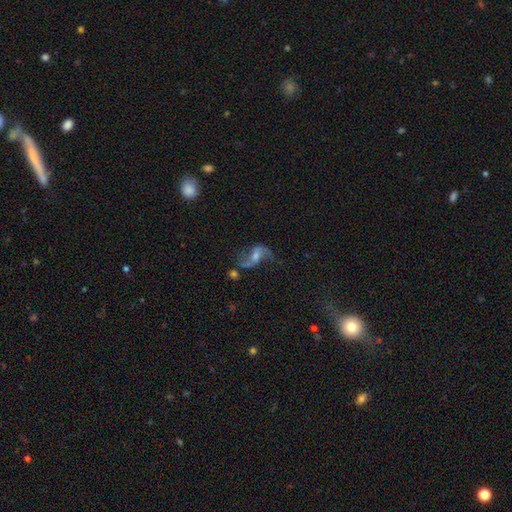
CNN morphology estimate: type=featured or disk (78%); edge-on=no (96%); bar=weak (42%); spiral arms=yes (91%); winding=loose (82%); arm count=2 (90%); bulge=moderate (49%); merging=none (57%).